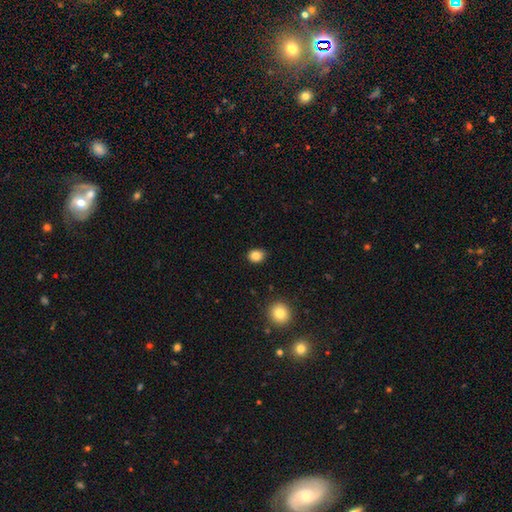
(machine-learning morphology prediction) smooth-or-featured: smooth: 83% | star or artifact: 11% | featured or disk: 6%
  how-rounded: round: 63% | in between: 36% | cigar-shaped: 1%
  merging: none: 86% | minor disturbance: 10% | major disturbance: 2% | merger: 1%